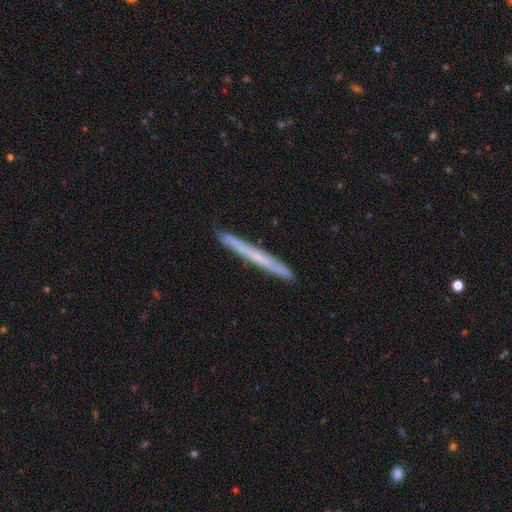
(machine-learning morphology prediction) Q: Smooth or featured?
A: smooth (48%); runner-up: featured or disk (46%)
Q: Merging?
A: none (91%); runner-up: minor disturbance (6%)